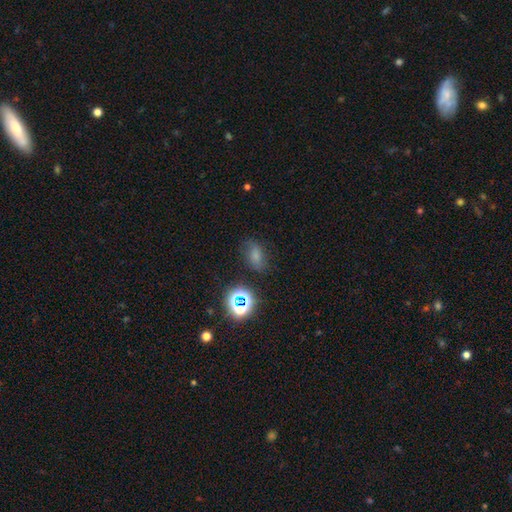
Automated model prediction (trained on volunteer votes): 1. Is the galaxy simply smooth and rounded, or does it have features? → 64% smooth, 22% star or artifact, 14% featured or disk.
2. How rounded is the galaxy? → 80% in between, 16% round, 4% cigar-shaped.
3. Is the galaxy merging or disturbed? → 65% none, 23% minor disturbance, 9% major disturbance, 3% merger.